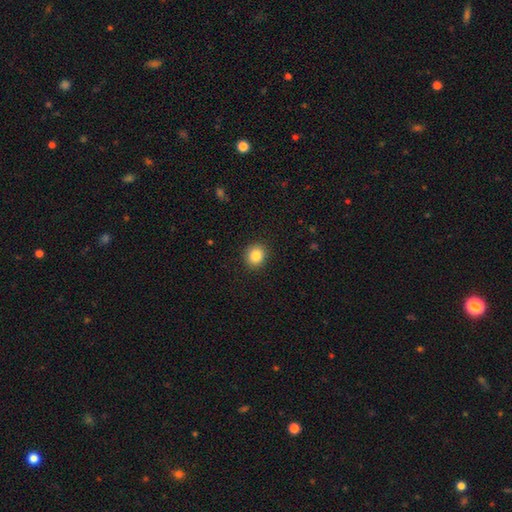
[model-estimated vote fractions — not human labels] Smooth or featured?
  - smooth: 85% *
  - star or artifact: 10%
  - featured or disk: 5%
How rounded?
  - round: 80% *
  - in between: 19%
  - cigar-shaped: 1%
Merging?
  - none: 91% *
  - minor disturbance: 6%
  - major disturbance: 2%
  - merger: 1%